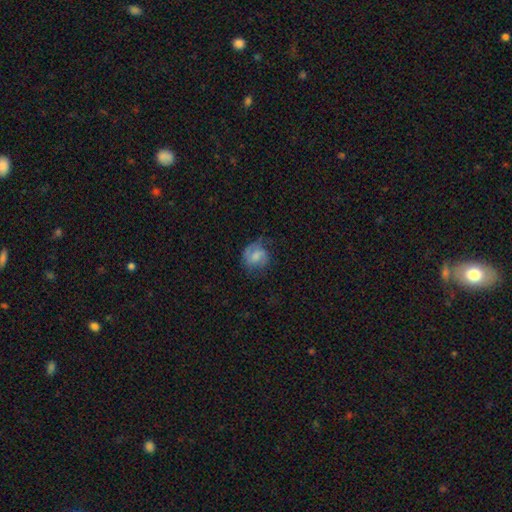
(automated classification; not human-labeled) This is possibly a smooth galaxy (53%). How rounded: likely round (70%). Merging: possibly none (55%).